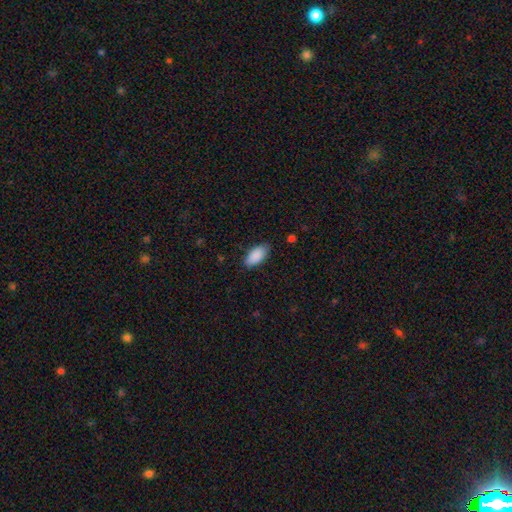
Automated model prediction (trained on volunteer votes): A smooth galaxy with no disk features (90%) that is in between round and cigar-shaped (92%). Merging: none (82%).